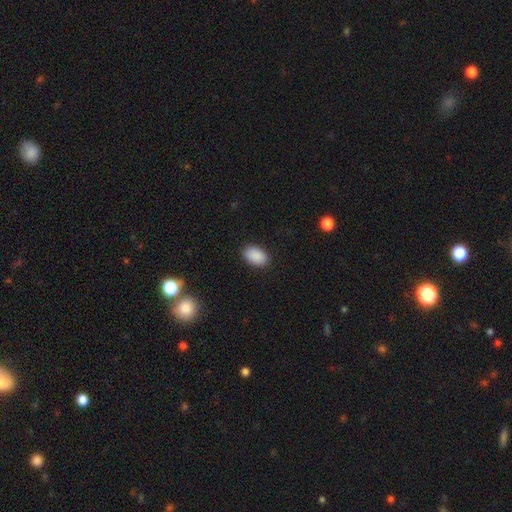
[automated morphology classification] type=smooth (90%); roundness=in between (91%); merging=none (89%).